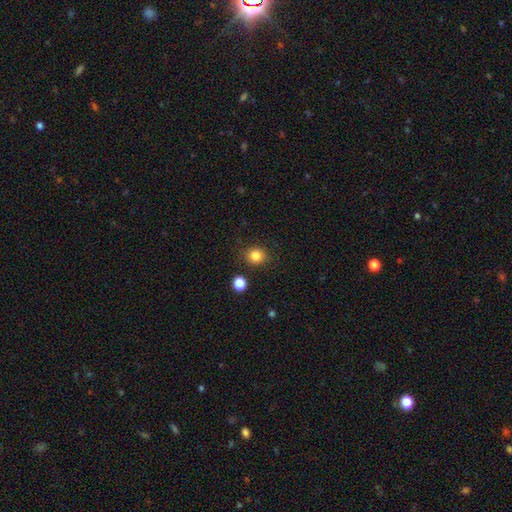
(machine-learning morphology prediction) A smooth galaxy with no disk features (84%) that is round (82%).

Vote fractions:
- Smooth or featured? smooth: 84% / star or artifact: 11% / featured or disk: 5%
- How rounded? round: 82% / in between: 17% / cigar-shaped: 1%
- Merging? none: 86% / minor disturbance: 8% / merger: 3% / major disturbance: 3%